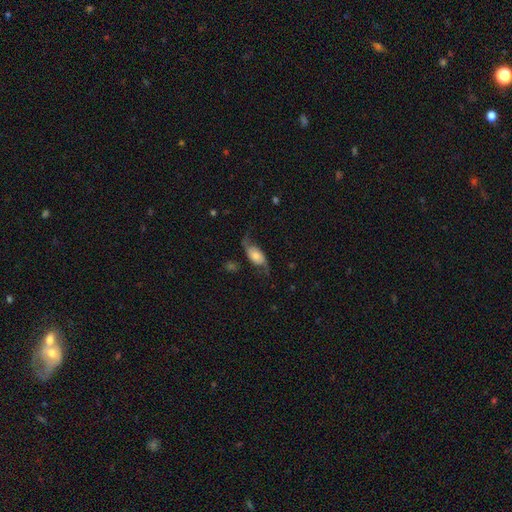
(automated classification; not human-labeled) Smooth or featured? Predicted: featured or disk (p=0.64). Edge-on disk? Predicted: no (p=0.92). Bar? Predicted: no (p=0.69). Spiral arms? Predicted: yes (p=0.90). Spiral winding? Predicted: loose (p=0.76). Spiral arm count? Predicted: 2 (p=0.91). Bulge size? Predicted: moderate (p=0.41). Merging? Predicted: none (p=0.62).